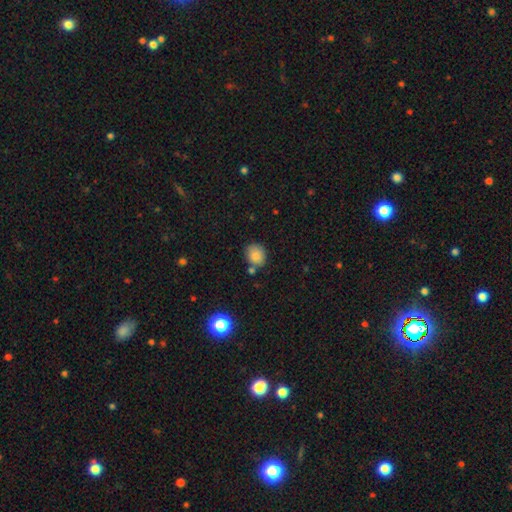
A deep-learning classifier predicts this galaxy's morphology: Smooth or featured? Predicted: smooth (p=0.84). How rounded? Predicted: round (p=0.67). Merging? Predicted: none (p=0.72).